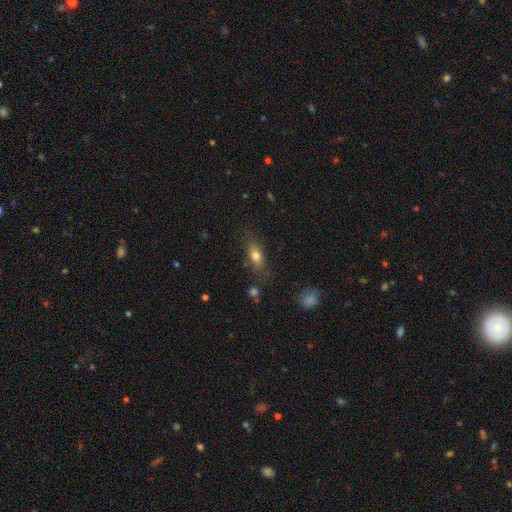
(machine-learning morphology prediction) A smooth galaxy with no disk features (75%) that is in between round and cigar-shaped (73%).

Vote fractions:
- Smooth or featured? smooth: 75% / featured or disk: 16% / star or artifact: 10%
- How rounded? in between: 73% / cigar-shaped: 18% / round: 9%
- Merging? none: 73% / minor disturbance: 18% / major disturbance: 6% / merger: 4%